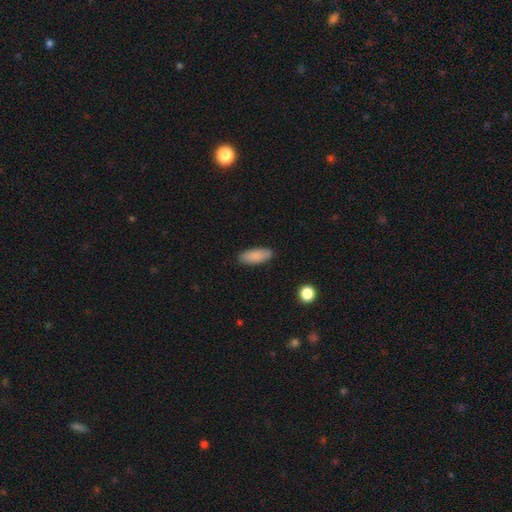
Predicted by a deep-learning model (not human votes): This appears to be a smooth galaxy with no disk features (88%) that is in between round and cigar-shaped (76%). Merging: none (86%).